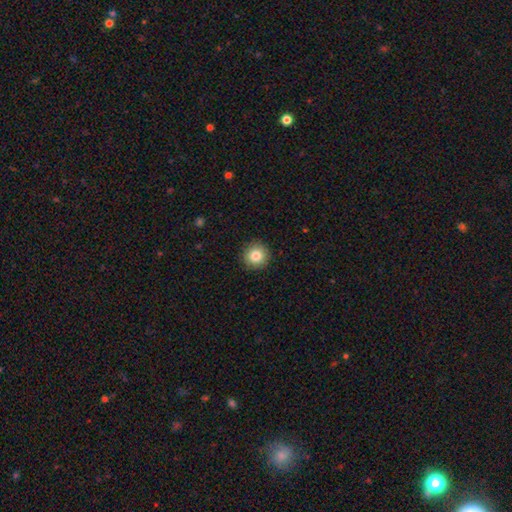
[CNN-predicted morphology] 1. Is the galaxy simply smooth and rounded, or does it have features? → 83% smooth, 10% star or artifact, 8% featured or disk.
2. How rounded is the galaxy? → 95% round, 4% in between, 1% cigar-shaped.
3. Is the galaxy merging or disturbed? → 91% none, 6% minor disturbance, 2% major disturbance, 1% merger.